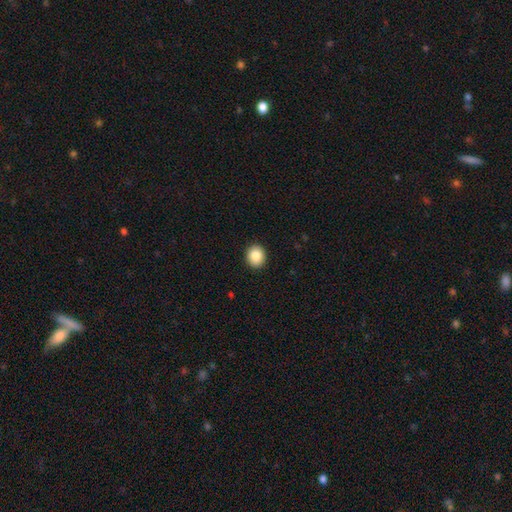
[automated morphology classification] The model was most divided on "how rounded": round: 72%, in between: 27%, cigar-shaped: 1%. More confident: merging — none (92%); smooth or featured — smooth (86%).